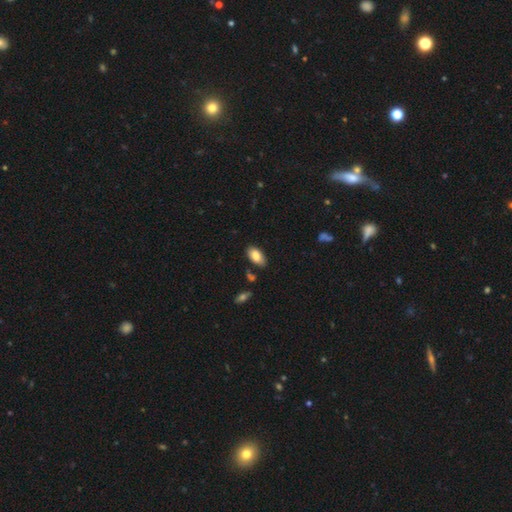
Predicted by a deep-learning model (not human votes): This is clearly a smooth galaxy (83%). How rounded: clearly in between (94%). Merging: clearly none (83%).